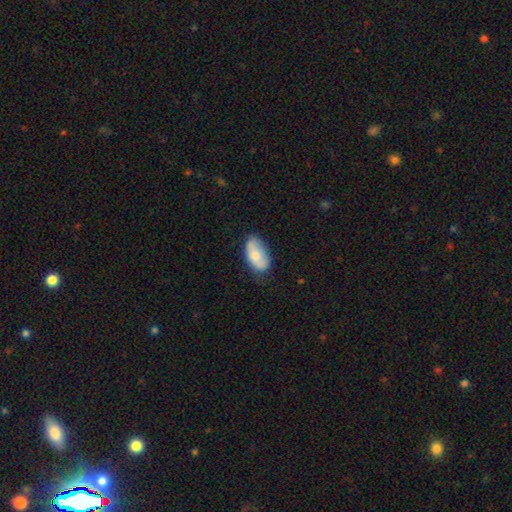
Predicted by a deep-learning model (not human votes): smooth-or-featured: smooth: 73% | featured or disk: 21% | star or artifact: 6%
  how-rounded: in between: 94% | round: 3% | cigar-shaped: 3%
  merging: none: 61% | minor disturbance: 29% | major disturbance: 7% | merger: 2%